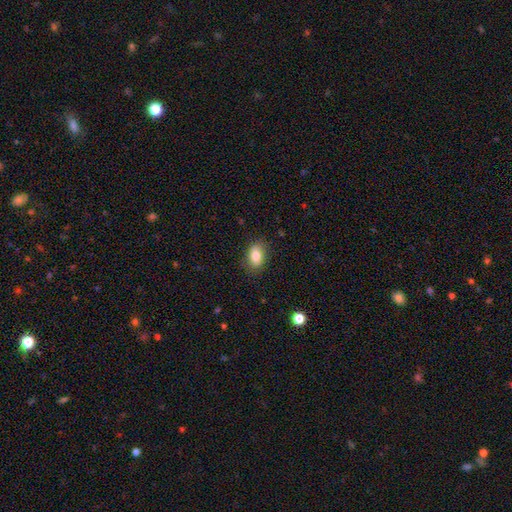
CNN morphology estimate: smooth 81%, featured or disk 11%, star or artifact 8%. Down the decision tree: how rounded — in between (86%); merging — none (85%).